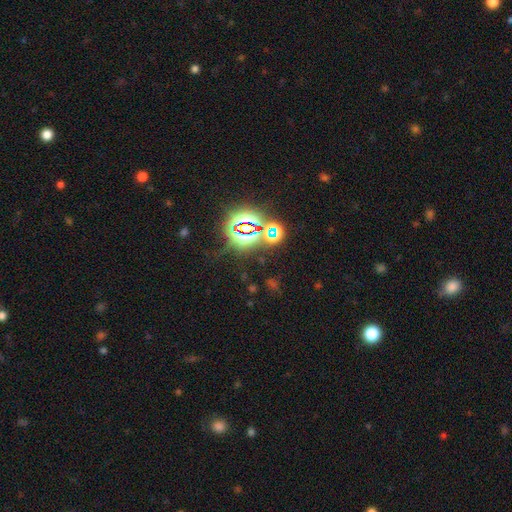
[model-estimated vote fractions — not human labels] Smooth or featured? star or artifact (79%)